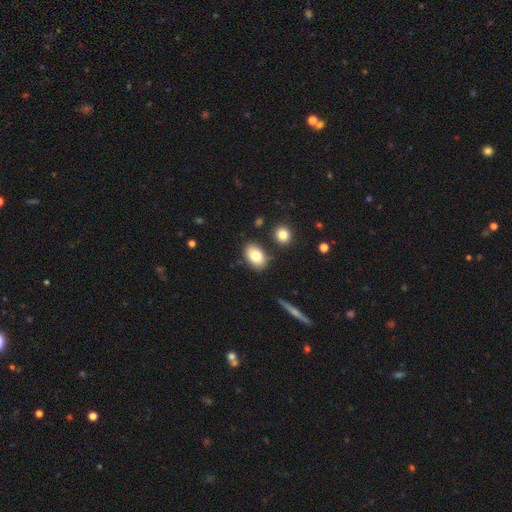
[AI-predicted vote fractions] Smooth or featured: smooth — 81% (featured or disk — 11%)
How rounded: in between — 85% (round — 14%)
Merging: none — 80% (minor disturbance — 12%)